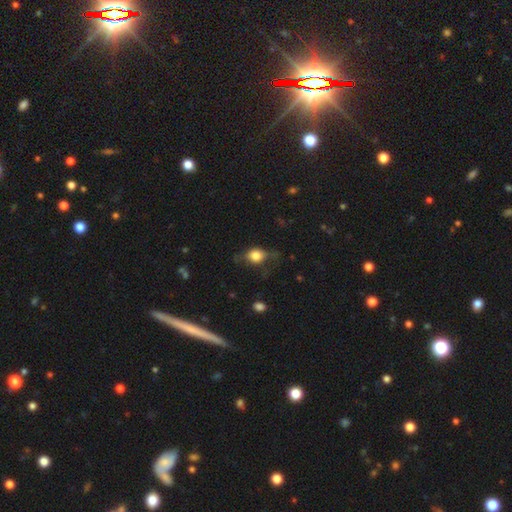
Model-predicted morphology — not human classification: smooth-or-featured: smooth: 71% | featured or disk: 19% | star or artifact: 10%
  how-rounded: round: 51% | in between: 46% | cigar-shaped: 3%
  merging: none: 56% | minor disturbance: 27% | major disturbance: 15% | merger: 2%